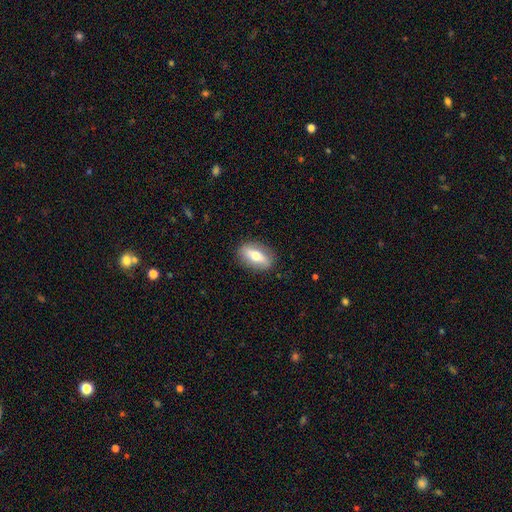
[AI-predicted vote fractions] smooth 58%, featured or disk 35%, star or artifact 7%. Down the decision tree: how rounded — in between (81%); merging — none (85%).